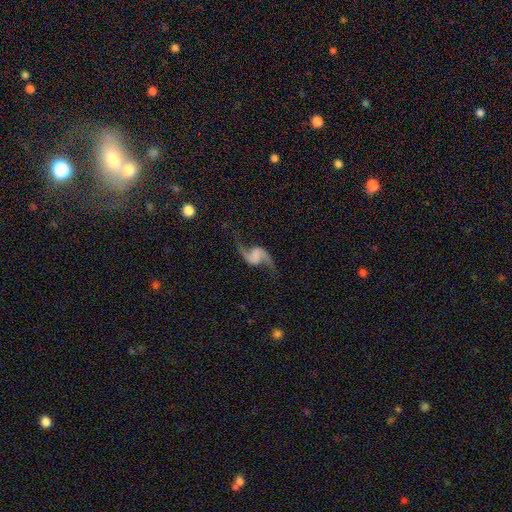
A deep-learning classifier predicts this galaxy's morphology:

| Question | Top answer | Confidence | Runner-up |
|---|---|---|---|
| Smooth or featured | featured or disk | 88% | star or artifact (6%) |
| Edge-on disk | no | 98% | yes (2%) |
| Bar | no | 45% | weak (35%) |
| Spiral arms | yes | 97% | no (3%) |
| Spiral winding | loose | 87% | medium (10%) |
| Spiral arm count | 2 | 94% | 1 (2%) |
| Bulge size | none | 63% | small (14%) |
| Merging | none | 78% | minor disturbance (12%) |